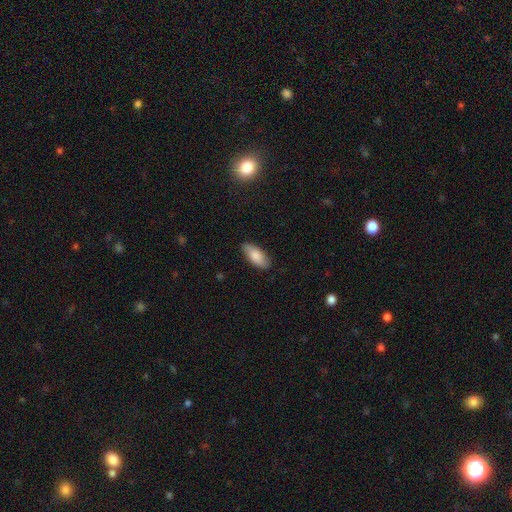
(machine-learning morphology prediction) Q: Smooth or featured?
A: smooth (81%); runner-up: featured or disk (13%)
Q: How rounded?
A: in between (84%); runner-up: cigar-shaped (14%)
Q: Merging?
A: none (83%); runner-up: minor disturbance (13%)